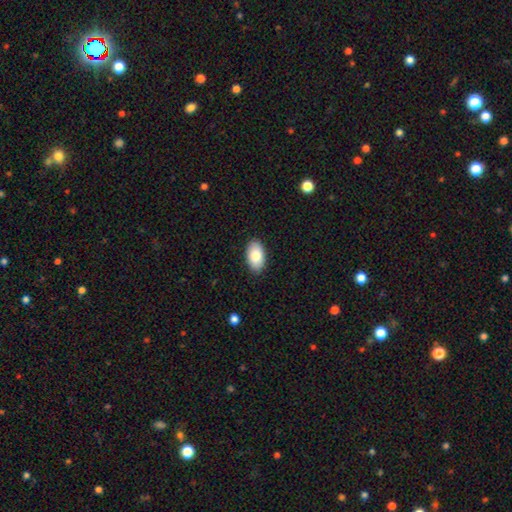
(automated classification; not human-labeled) Overall: smooth (85%). How rounded: in between (95%). Merging: none (88%).